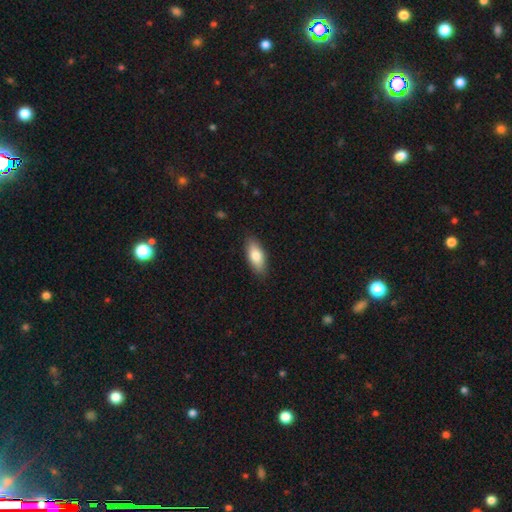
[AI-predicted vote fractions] smooth-or-featured: smooth: 80% | featured or disk: 14% | star or artifact: 6%
  how-rounded: in between: 82% | cigar-shaped: 15% | round: 3%
  merging: none: 86% | minor disturbance: 11% | major disturbance: 2% | merger: 1%